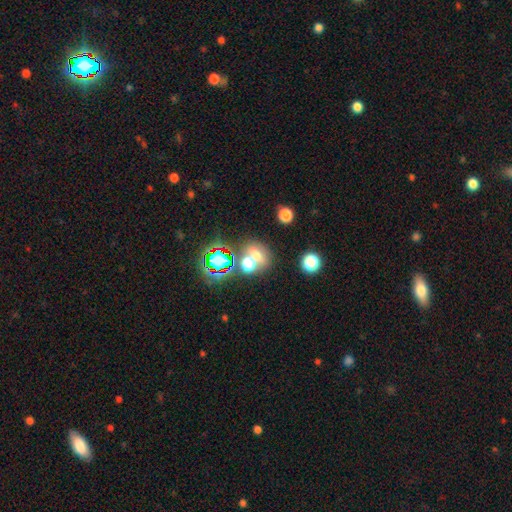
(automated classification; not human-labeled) Smooth or featured: smooth — 55% (star or artifact — 29%)
How rounded: round — 59% (in between — 40%)
Merging: none — 54% (merger — 31%)